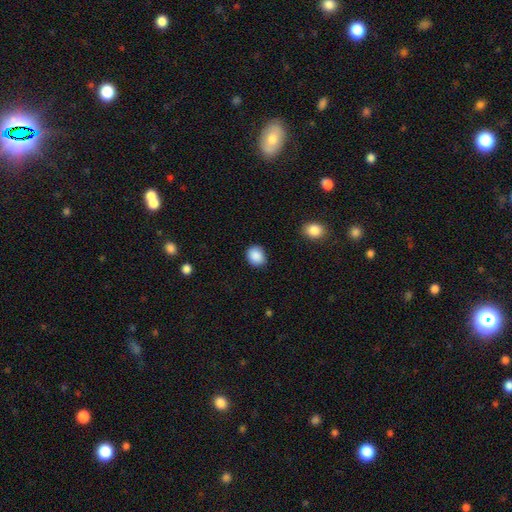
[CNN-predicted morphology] A smooth galaxy with no disk features (89%) that is round (59%). Merging: none (86%).